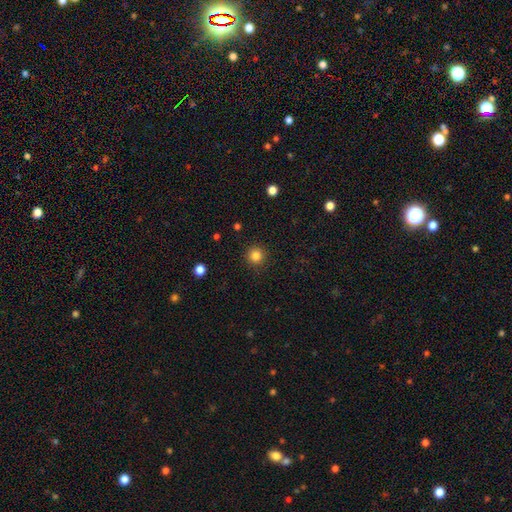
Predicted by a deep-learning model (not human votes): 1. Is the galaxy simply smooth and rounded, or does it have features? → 84% smooth, 12% star or artifact, 4% featured or disk.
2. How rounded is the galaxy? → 95% round, 4% in between, 1% cigar-shaped.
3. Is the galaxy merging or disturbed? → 91% none, 6% minor disturbance, 2% major disturbance, 1% merger.